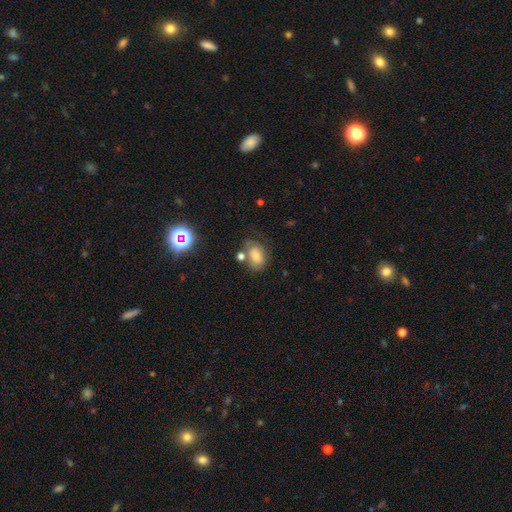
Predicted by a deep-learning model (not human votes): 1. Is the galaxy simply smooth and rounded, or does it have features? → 72% smooth, 15% featured or disk, 13% star or artifact.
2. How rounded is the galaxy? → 81% in between, 17% round, 2% cigar-shaped.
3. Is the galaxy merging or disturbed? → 50% none, 22% minor disturbance, 18% merger, 10% major disturbance.